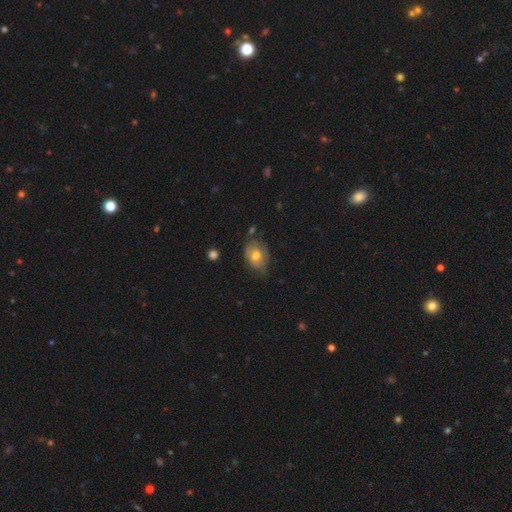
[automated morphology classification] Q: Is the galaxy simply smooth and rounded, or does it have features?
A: smooth — 67%.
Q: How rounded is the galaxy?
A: in between — 60%.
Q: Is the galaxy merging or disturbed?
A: none — 56%.